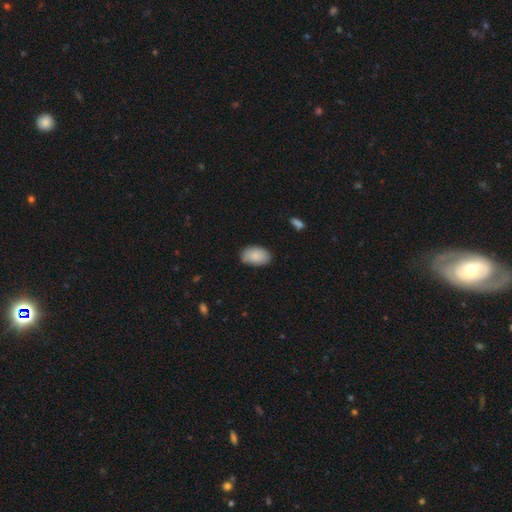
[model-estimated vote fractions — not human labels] Morphology: type=smooth (87%); roundness=in between (92%); merging=none (76%).